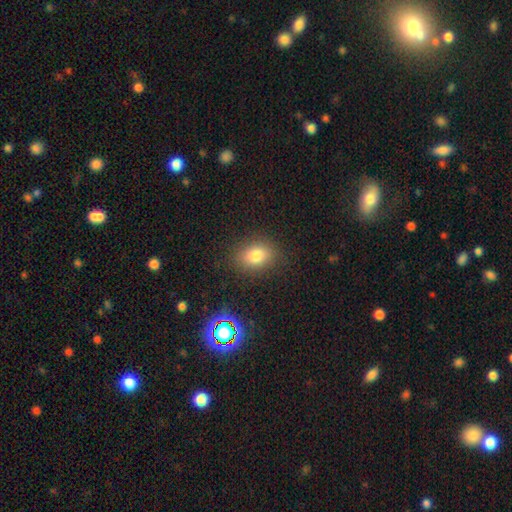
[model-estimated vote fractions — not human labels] smooth_or_featured: smooth (p=0.79) [alt: star or artifact p=0.13]
how_rounded: in between (p=0.67) [alt: round p=0.32]
merging: none (p=0.85) [alt: minor disturbance p=0.10]